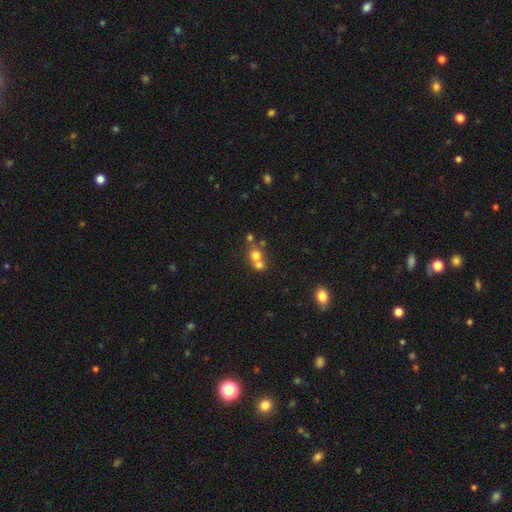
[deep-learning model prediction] Smooth or featured?
  - smooth: 68% *
  - featured or disk: 18%
  - star or artifact: 15%
How rounded?
  - round: 81% *
  - in between: 18%
  - cigar-shaped: 1%
Merging?
  - merger: 58% *
  - none: 33%
  - minor disturbance: 6%
  - major disturbance: 3%